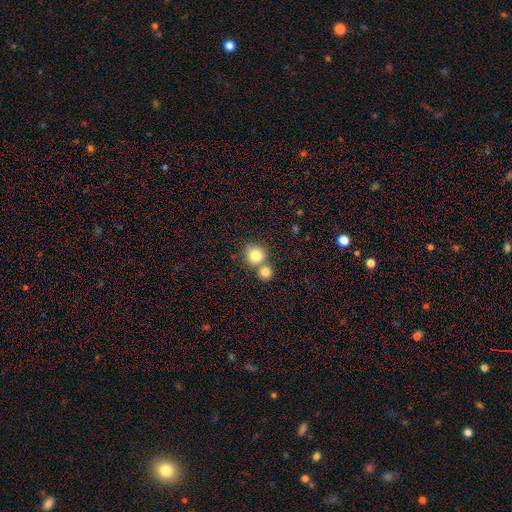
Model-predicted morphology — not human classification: smooth 81%, star or artifact 10%, featured or disk 9%. Down the decision tree: how rounded — round (88%); merging — none (52%).